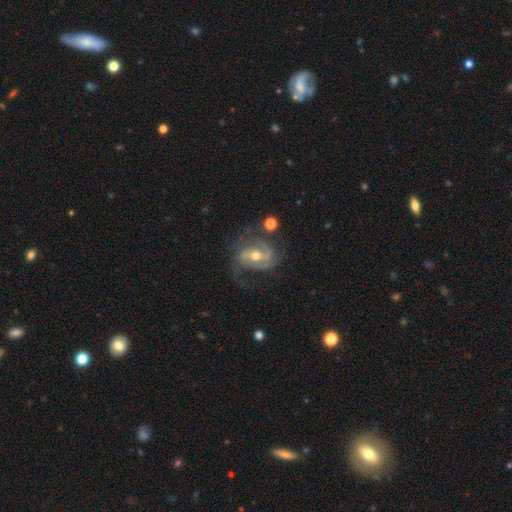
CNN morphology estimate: Smooth or featured? Predicted: featured or disk (p=0.87). Edge-on disk? Predicted: no (p=0.97). Bar? Predicted: weak (p=0.41). Spiral arms? Predicted: yes (p=0.95). Spiral winding? Predicted: medium (p=0.48). Spiral arm count? Predicted: 2 (p=0.56). Bulge size? Predicted: moderate (p=0.66). Merging? Predicted: none (p=0.57).